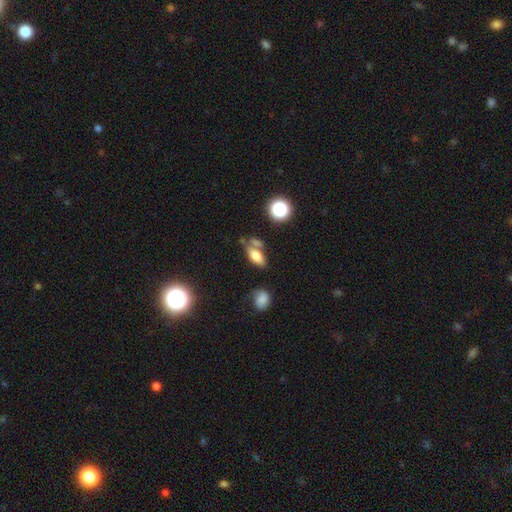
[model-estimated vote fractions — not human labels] Morphology: type=smooth (72%); roundness=in between (80%); merging=none (52%).